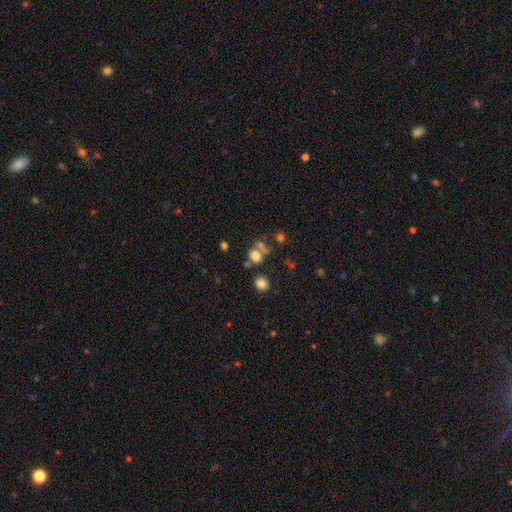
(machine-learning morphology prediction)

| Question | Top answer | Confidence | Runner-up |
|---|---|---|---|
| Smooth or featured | smooth | 71% | star or artifact (17%) |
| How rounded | round | 59% | in between (40%) |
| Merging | none | 48% | merger (32%) |